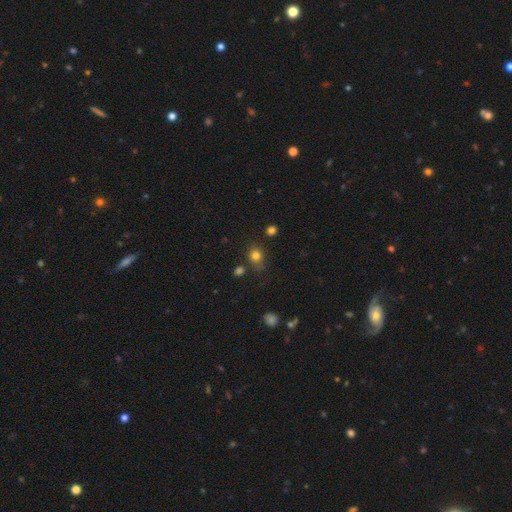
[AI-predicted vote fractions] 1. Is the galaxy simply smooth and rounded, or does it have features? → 79% smooth, 14% star or artifact, 6% featured or disk.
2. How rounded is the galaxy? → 71% round, 28% in between, 1% cigar-shaped.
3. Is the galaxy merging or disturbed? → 73% none, 16% minor disturbance, 6% merger, 5% major disturbance.